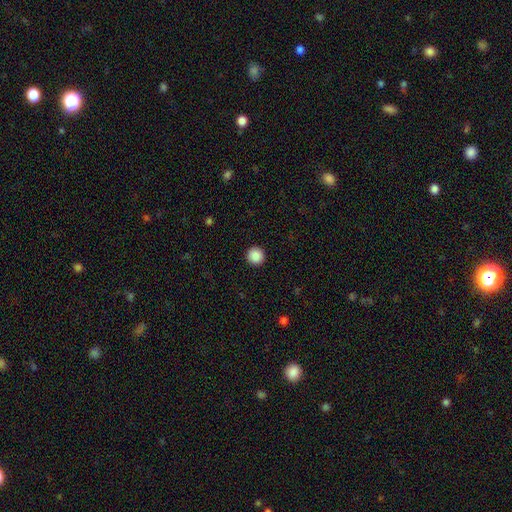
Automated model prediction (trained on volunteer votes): A smooth galaxy with no disk features (88%) that is round (95%). Merging: none (93%).